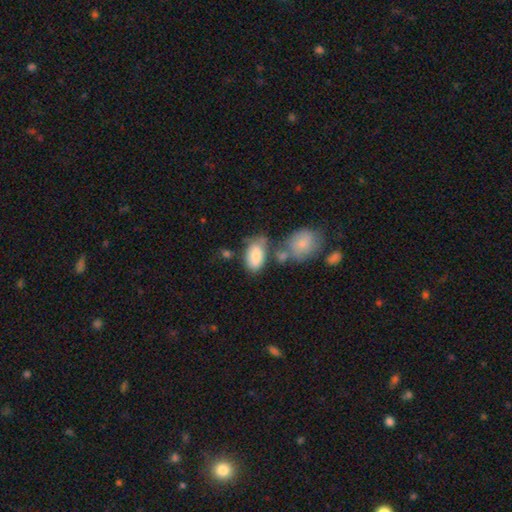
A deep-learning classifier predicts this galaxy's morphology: This appears to be a smooth galaxy with no disk features (81%) that is in between round and cigar-shaped (93%). Merging: none (47%).